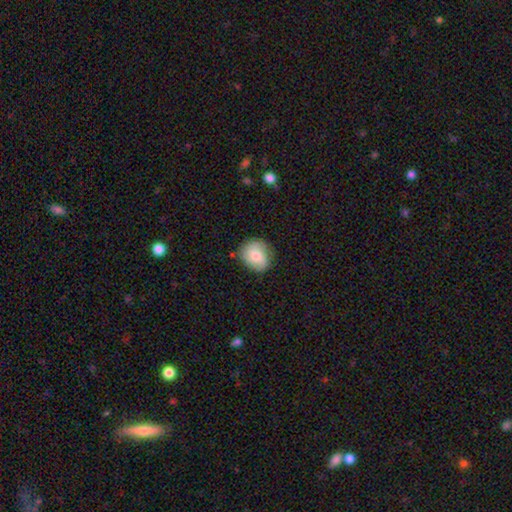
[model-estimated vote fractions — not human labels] Q: Smooth or featured?
A: smooth (69%); runner-up: featured or disk (23%)
Q: How rounded?
A: round (72%); runner-up: in between (27%)
Q: Merging?
A: none (73%); runner-up: minor disturbance (21%)